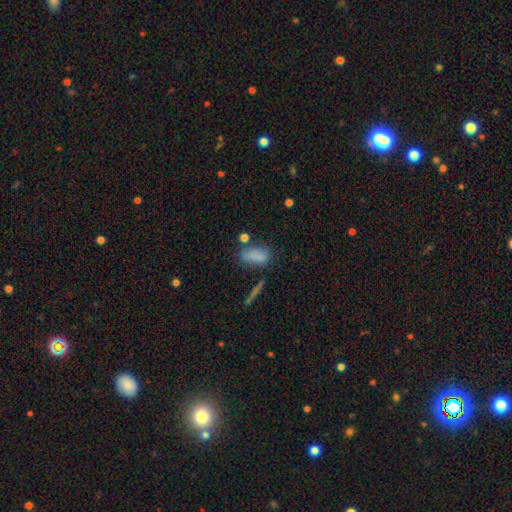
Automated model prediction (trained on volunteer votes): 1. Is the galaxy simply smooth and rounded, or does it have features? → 80% smooth, 11% star or artifact, 9% featured or disk.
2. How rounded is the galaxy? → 85% in between, 8% cigar-shaped, 7% round.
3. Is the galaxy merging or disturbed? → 56% none, 22% minor disturbance, 11% merger, 10% major disturbance.